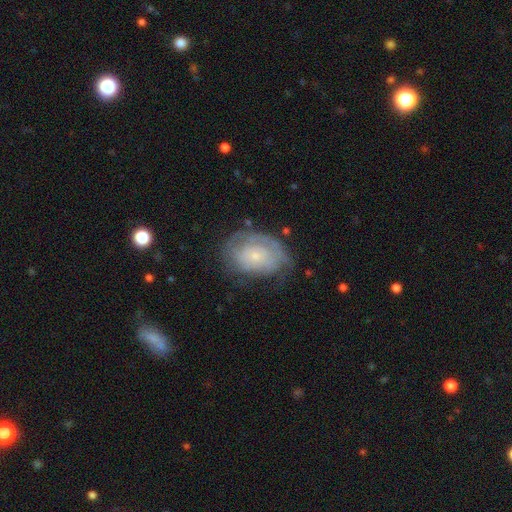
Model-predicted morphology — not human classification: This appears to be a featured or disk galaxy (65%) with no bar (82%), spiral arms (75%) and a small central bulge (78%). Merging: none (59%).